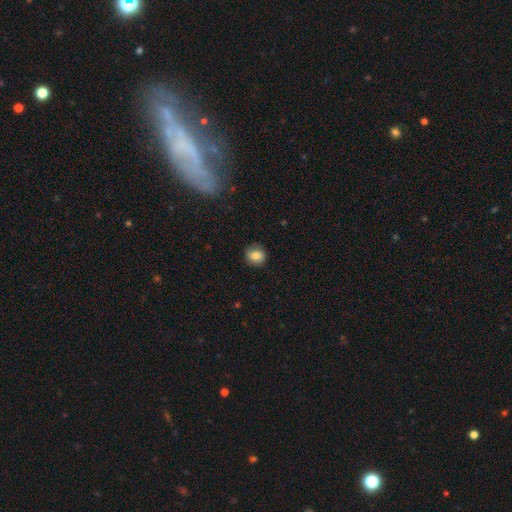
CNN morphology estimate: The model was most divided on "smooth or featured": smooth: 77%, featured or disk: 14%, star or artifact: 9%. More confident: merging — none (83%); how rounded — round (81%).